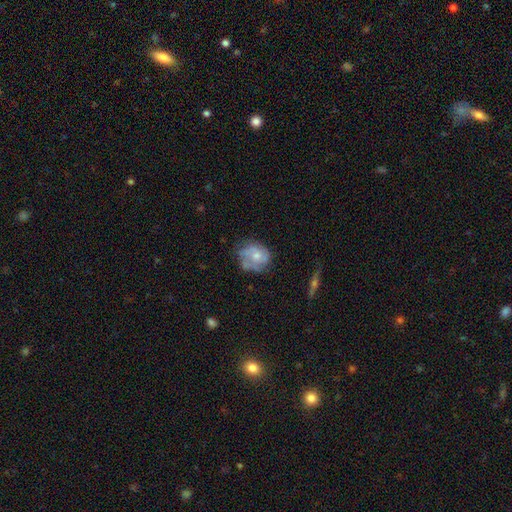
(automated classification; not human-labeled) Smooth or featured? Predicted: featured or disk (p=0.54). Edge-on disk? Predicted: no (p=0.97). Bar? Predicted: no (p=0.81). Spiral arms? Predicted: yes (p=0.61). Bulge size? Predicted: moderate (p=0.47). Merging? Predicted: none (p=0.53).